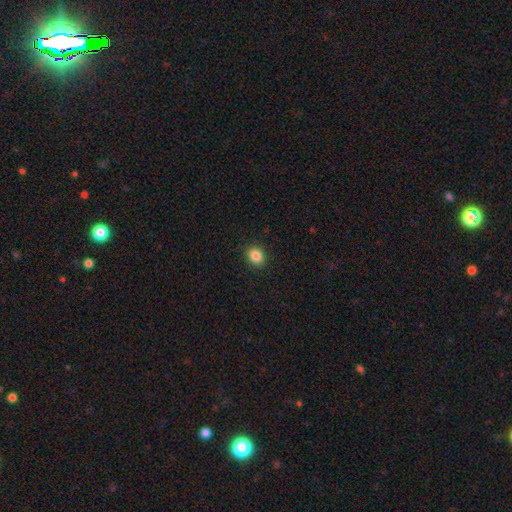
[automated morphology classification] smooth_or_featured: smooth (p=0.86) [alt: star or artifact p=0.10]
how_rounded: round (p=0.60) [alt: in between p=0.39]
merging: none (p=0.90) [alt: minor disturbance p=0.07]